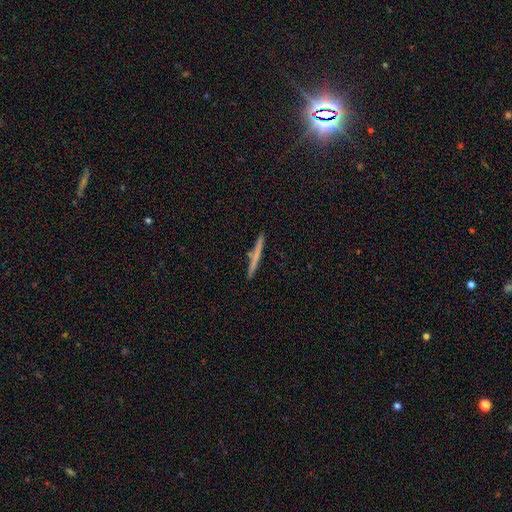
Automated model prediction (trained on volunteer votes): A smooth galaxy with no disk features (57%) that is cigar-shaped (97%).

Vote fractions:
- Smooth or featured? smooth: 57% / featured or disk: 37% / star or artifact: 6%
- How rounded? cigar-shaped: 97% / in between: 2% / round: 2%
- Merging? none: 90% / minor disturbance: 7% / merger: 2% / major disturbance: 1%